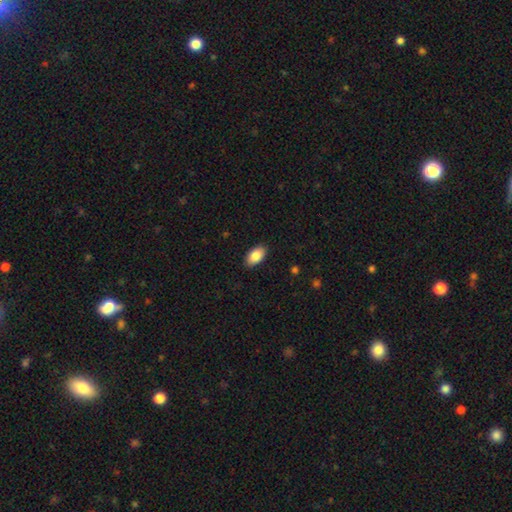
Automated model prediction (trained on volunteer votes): A smooth galaxy with no disk features (87%) that is in between round and cigar-shaped (94%). Merging: none (88%).